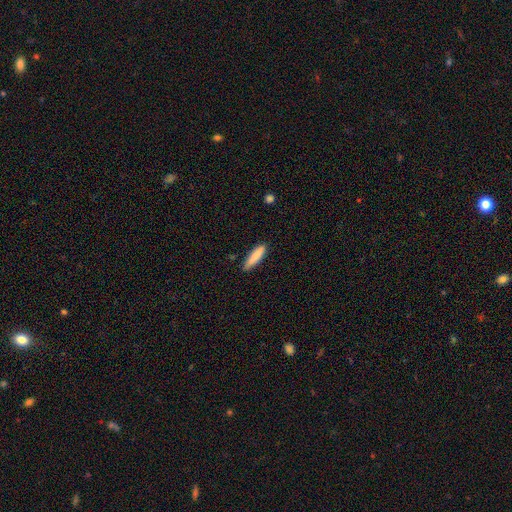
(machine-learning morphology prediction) The model was most divided on "how rounded": cigar-shaped: 77%, in between: 22%, round: 1%. More confident: smooth or featured — smooth (85%); merging — none (83%).